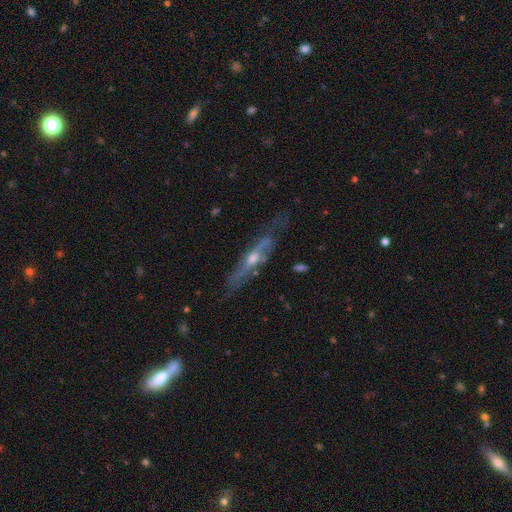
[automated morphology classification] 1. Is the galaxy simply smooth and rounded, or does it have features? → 72% featured or disk, 18% smooth, 9% star or artifact.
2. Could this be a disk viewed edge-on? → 68% yes, 32% no.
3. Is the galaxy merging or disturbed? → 68% none, 21% minor disturbance, 8% major disturbance, 3% merger.